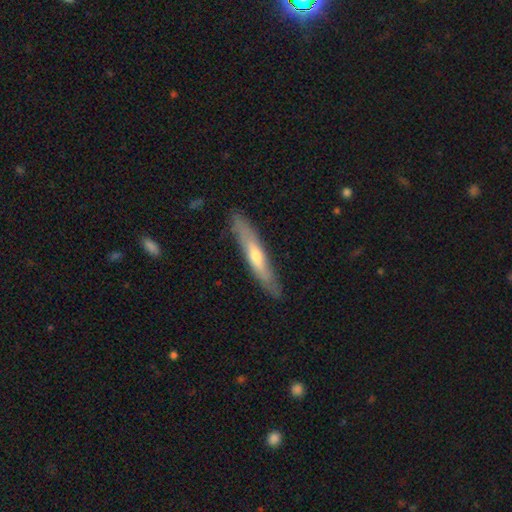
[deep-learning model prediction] smooth_or_featured: featured or disk (p=0.55) [alt: smooth p=0.39]
disk_edge_on: yes (p=0.79) [alt: no p=0.21]
merging: none (p=0.85) [alt: minor disturbance p=0.11]